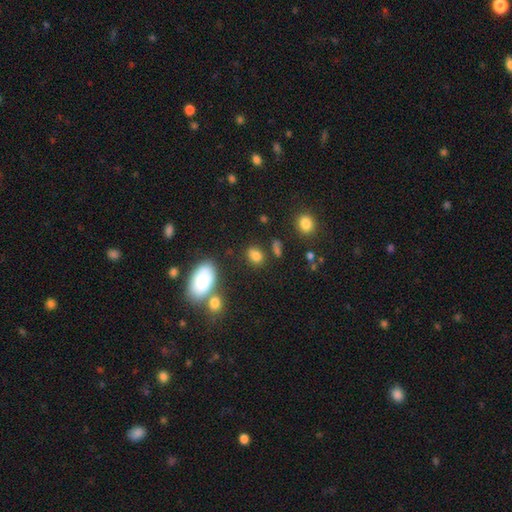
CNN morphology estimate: Smooth or featured: smooth — 81% (star or artifact — 11%)
How rounded: in between — 70% (round — 28%)
Merging: none — 71% (minor disturbance — 14%)